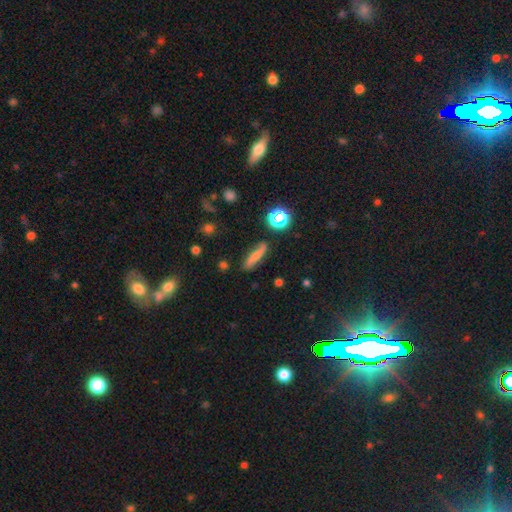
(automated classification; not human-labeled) smooth-or-featured: smooth: 57% | featured or disk: 30% | star or artifact: 13%
  how-rounded: cigar-shaped: 74% | in between: 20% | round: 6%
  merging: none: 77% | minor disturbance: 16% | major disturbance: 4% | merger: 3%